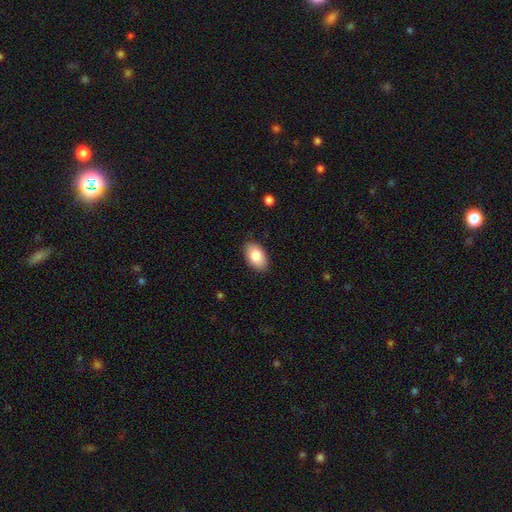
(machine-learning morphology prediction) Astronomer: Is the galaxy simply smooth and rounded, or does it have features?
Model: smooth — 84%.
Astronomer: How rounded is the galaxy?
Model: in between — 94%.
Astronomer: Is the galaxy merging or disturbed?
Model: none — 88%.